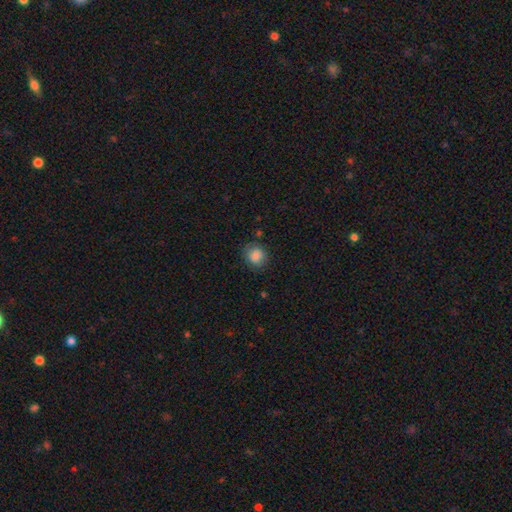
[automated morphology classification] Smooth or featured? smooth (85%)
How rounded? round (77%)
Merging? none (79%)